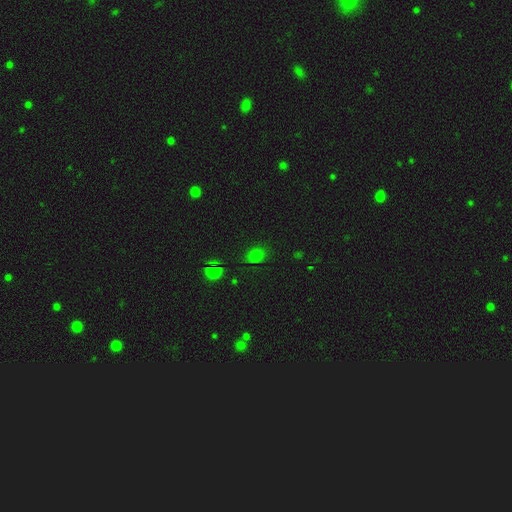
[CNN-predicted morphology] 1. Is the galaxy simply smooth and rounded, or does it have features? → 70% smooth, 24% star or artifact, 6% featured or disk.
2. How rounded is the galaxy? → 54% round, 44% in between, 2% cigar-shaped.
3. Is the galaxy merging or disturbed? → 79% none, 15% minor disturbance, 4% major disturbance, 2% merger.